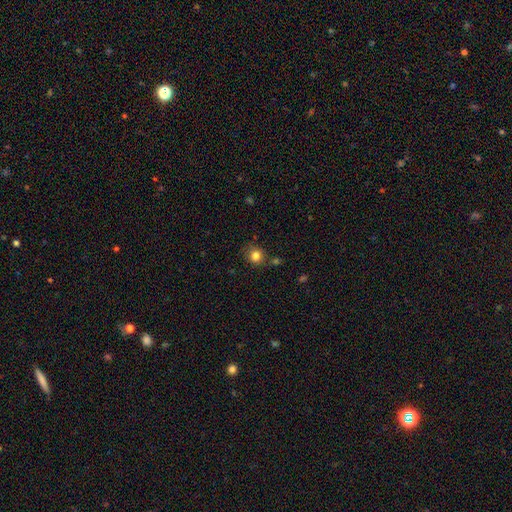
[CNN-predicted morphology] Smooth or featured? Predicted: smooth (p=0.82). How rounded? Predicted: round (p=0.83). Merging? Predicted: none (p=0.76).